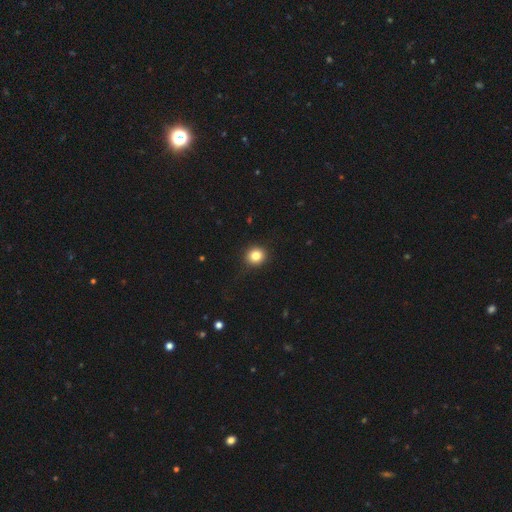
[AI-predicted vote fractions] Smooth or featured? smooth (83%)
How rounded? round (88%)
Merging? none (90%)